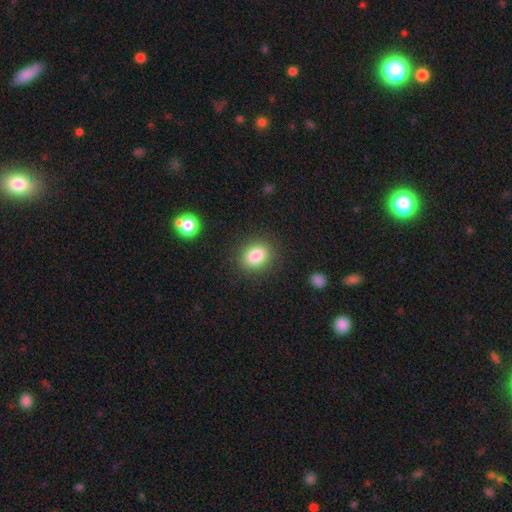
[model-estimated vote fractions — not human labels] smooth_or_featured: smooth (p=0.84) [alt: star or artifact p=0.10]
how_rounded: round (p=0.53) [alt: in between p=0.46]
merging: none (p=0.87) [alt: minor disturbance p=0.09]